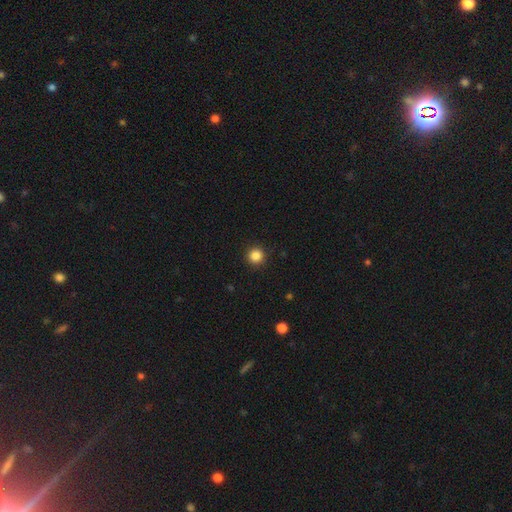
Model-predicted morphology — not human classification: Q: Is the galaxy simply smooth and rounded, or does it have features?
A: smooth — 85%.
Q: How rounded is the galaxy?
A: round — 95%.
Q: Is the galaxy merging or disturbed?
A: none — 92%.